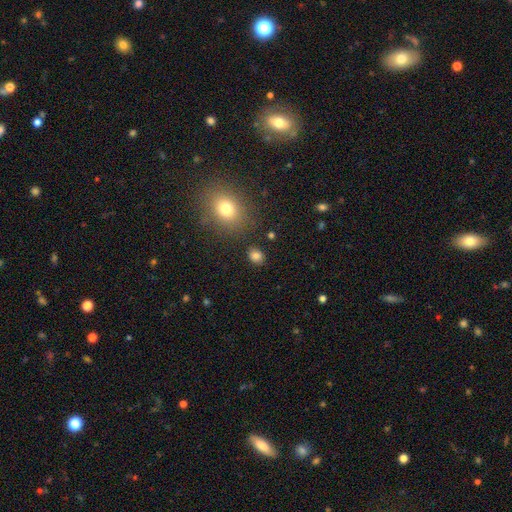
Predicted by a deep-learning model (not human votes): Smooth or featured? smooth (82%)
How rounded? round (53%)
Merging? none (86%)